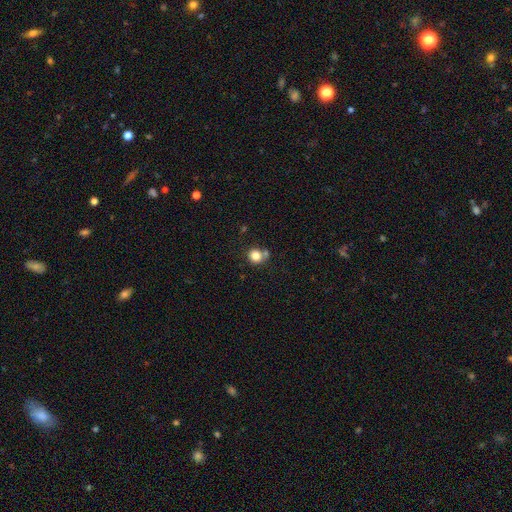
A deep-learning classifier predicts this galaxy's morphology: Overall: smooth (82%). How rounded: round (86%). Merging: none (63%).